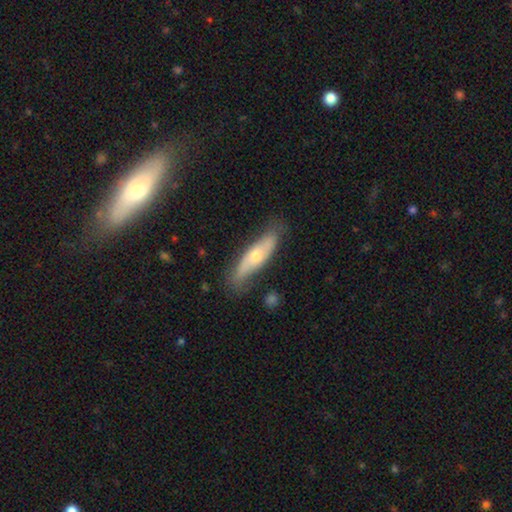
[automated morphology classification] Smooth or featured? smooth (49%)
Merging? none (73%)